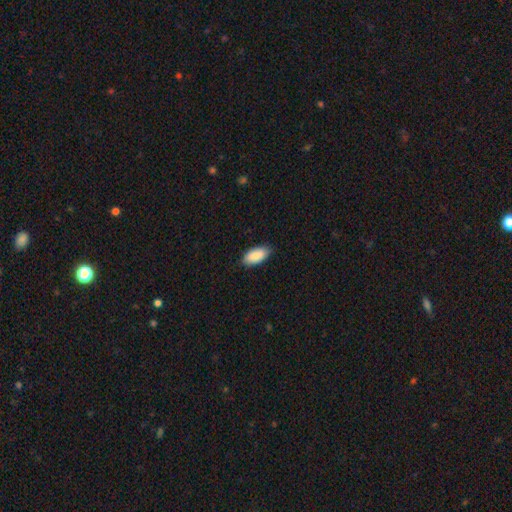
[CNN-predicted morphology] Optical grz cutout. It shows a smooth galaxy with no disk features (90%) that is in between round and cigar-shaped (93%). Merging: none (86%).